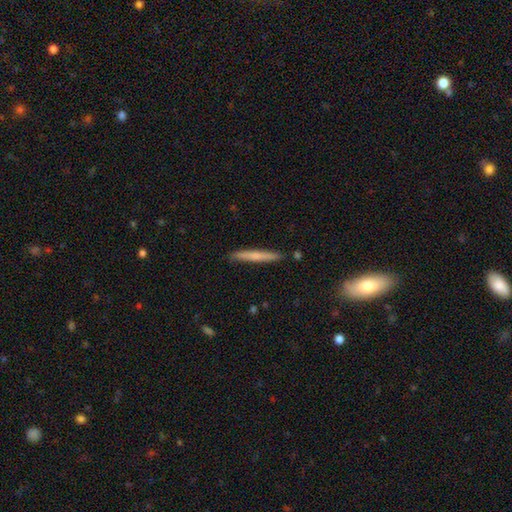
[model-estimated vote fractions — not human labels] This appears to be a smooth galaxy with no disk features (64%) that is cigar-shaped (96%). Merging: none (90%).